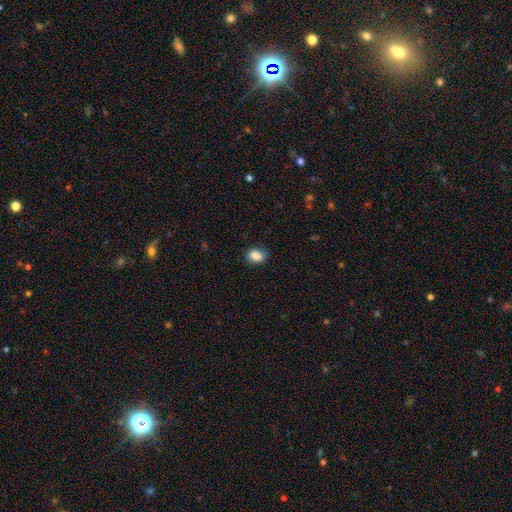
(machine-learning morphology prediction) Overall: smooth (87%). How rounded: in between (72%). Merging: none (85%).